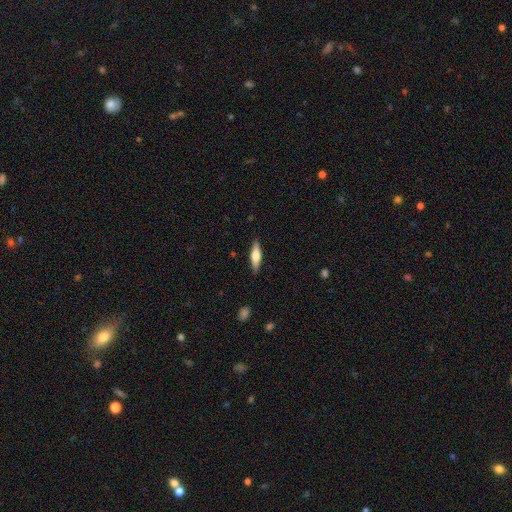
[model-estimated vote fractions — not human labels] A smooth galaxy with no disk features (60%) that is cigar-shaped (62%). Merging: none (87%).